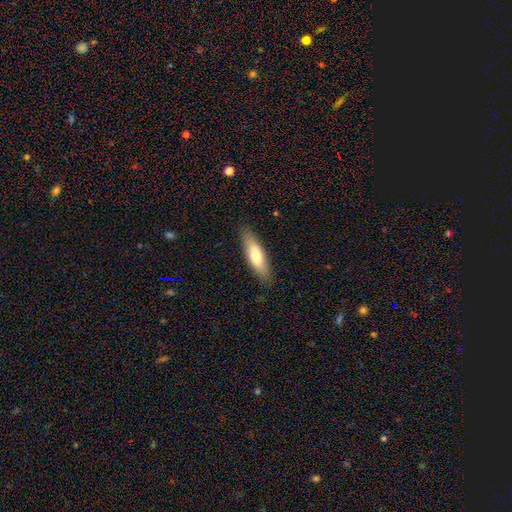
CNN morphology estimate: This appears to be a smooth galaxy with no disk features (66%) that is cigar-shaped (59%). Merging: none (87%).